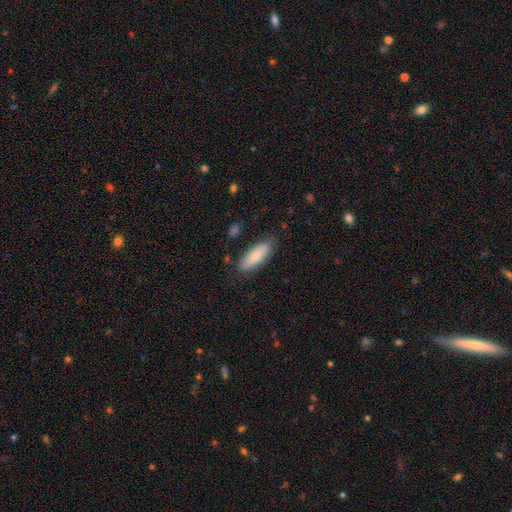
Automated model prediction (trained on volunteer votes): Morphology: type=smooth (81%); roundness=in between (64%); merging=none (80%).